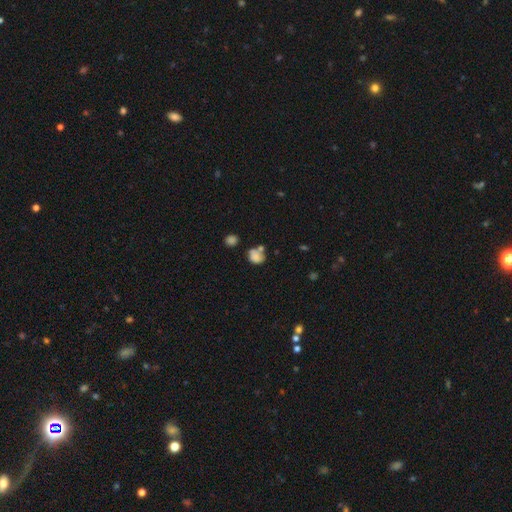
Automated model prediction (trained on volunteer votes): Smooth or featured: smooth — 75% (featured or disk — 13%)
How rounded: round — 50% (in between — 49%)
Merging: none — 38% (merger — 31%)